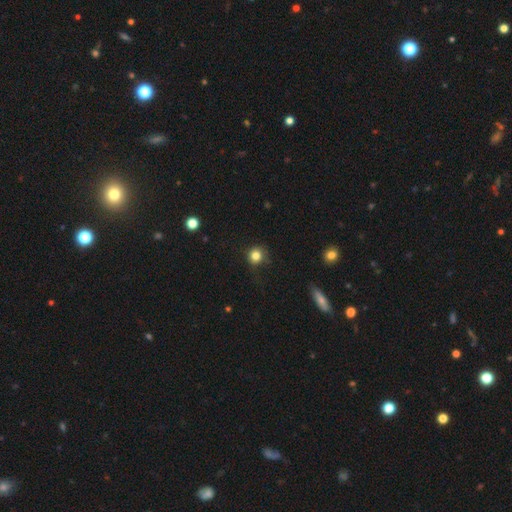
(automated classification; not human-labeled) smooth 82%, star or artifact 12%, featured or disk 6%. Down the decision tree: how rounded — round (89%); merging — none (75%).